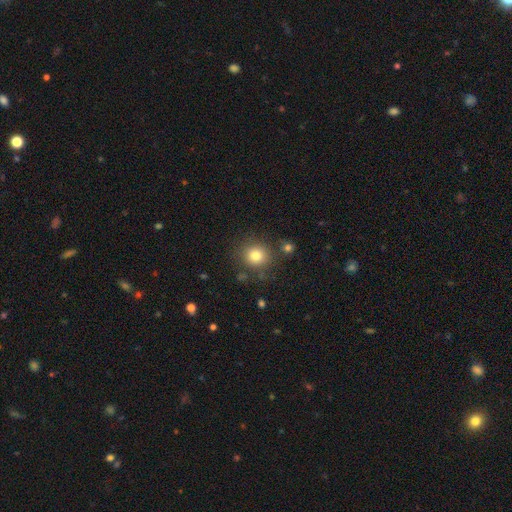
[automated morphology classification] Smooth or featured?
  - smooth: 80% *
  - star or artifact: 12%
  - featured or disk: 8%
How rounded?
  - round: 86% *
  - in between: 13%
  - cigar-shaped: 1%
Merging?
  - none: 81% *
  - minor disturbance: 10%
  - merger: 5%
  - major disturbance: 4%